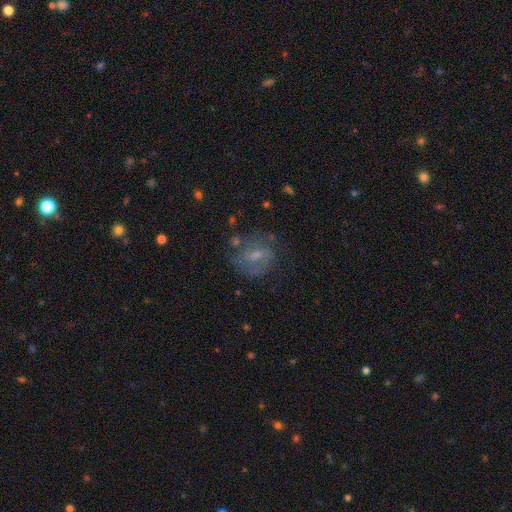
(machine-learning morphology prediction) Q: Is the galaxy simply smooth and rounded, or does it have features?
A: featured or disk — 53%.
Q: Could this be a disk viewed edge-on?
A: no — 95%.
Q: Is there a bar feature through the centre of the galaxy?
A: weak — 51%.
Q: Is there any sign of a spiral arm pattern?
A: yes — 60%.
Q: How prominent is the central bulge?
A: small — 45%.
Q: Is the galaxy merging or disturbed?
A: none — 61%.